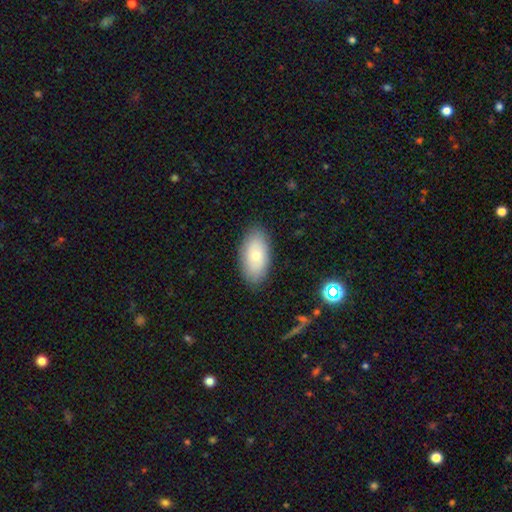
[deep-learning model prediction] A smooth galaxy with no disk features (73%) that is in between round and cigar-shaped (94%). Merging: none (86%).